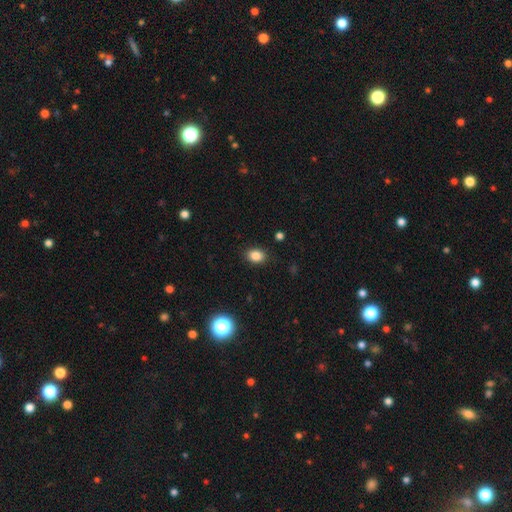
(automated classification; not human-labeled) Smooth or featured? smooth (84%)
How rounded? in between (67%)
Merging? none (88%)